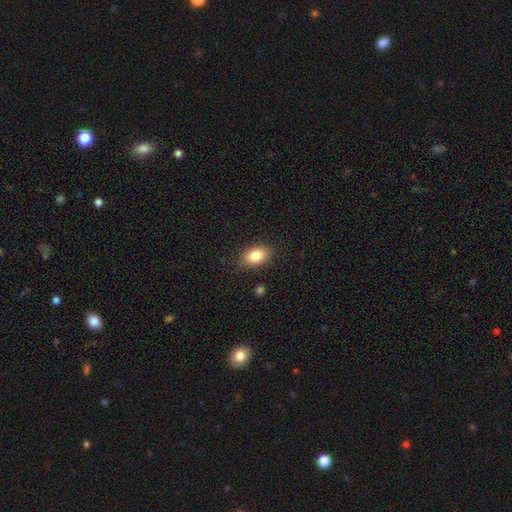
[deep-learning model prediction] A smooth galaxy with no disk features (83%) that is in between round and cigar-shaped (87%). Merging: none (84%).